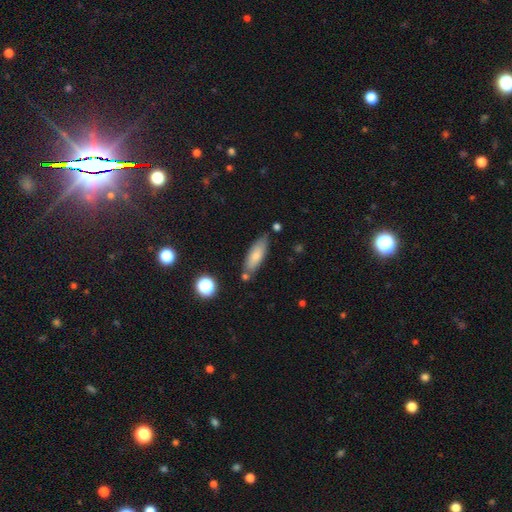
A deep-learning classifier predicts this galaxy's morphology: The model was most divided on "how rounded": in between: 54%, cigar-shaped: 43%, round: 2%. More confident: smooth or featured — smooth (76%); merging — none (73%).